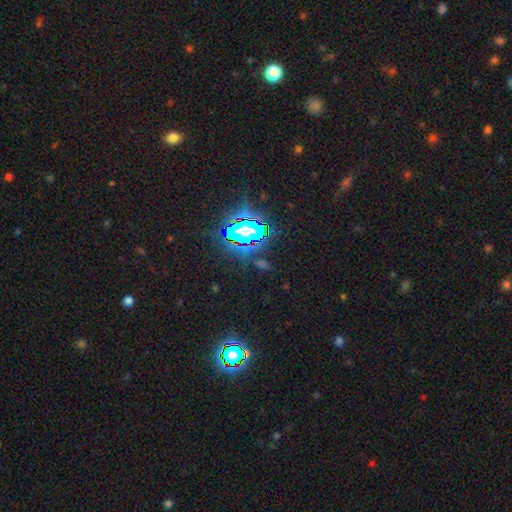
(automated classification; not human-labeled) This is clearly a star or artifact rather than a galaxy (81%).